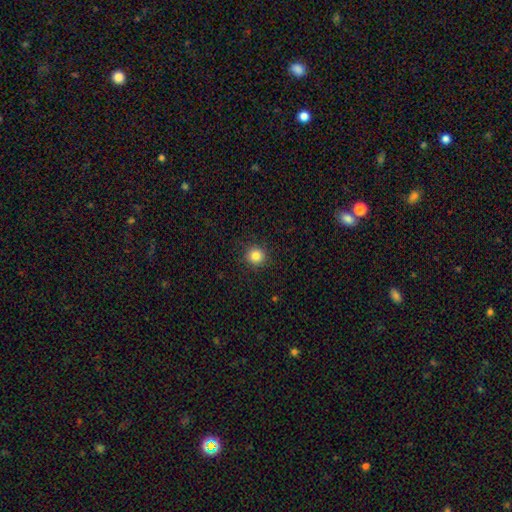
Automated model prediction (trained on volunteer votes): Smooth or featured: smooth — 85% (star or artifact — 11%)
How rounded: round — 91% (in between — 8%)
Merging: none — 90% (minor disturbance — 7%)